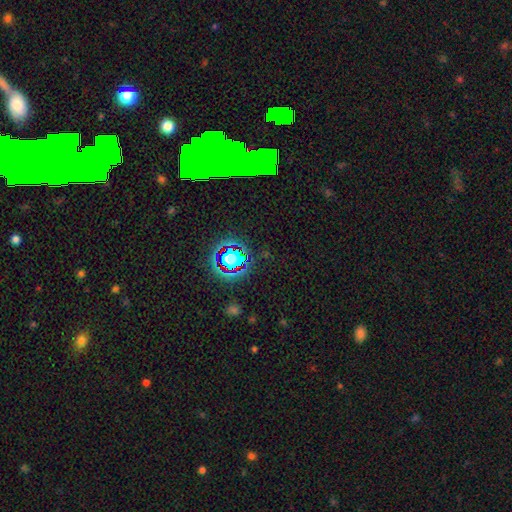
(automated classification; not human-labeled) star or artifact 64%, featured or disk 19%, smooth 17%.